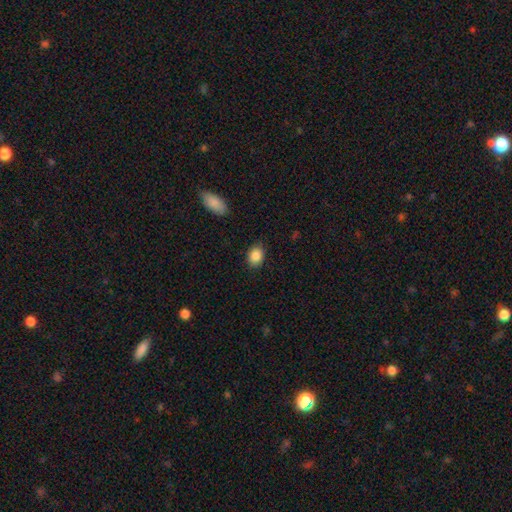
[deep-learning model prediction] Morphology: type=smooth (87%); roundness=in between (63%); merging=none (86%).